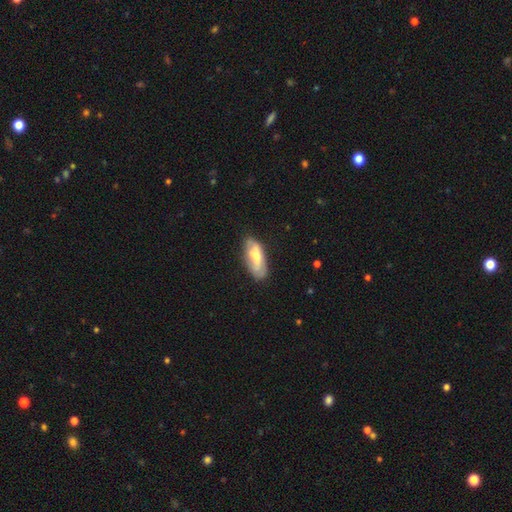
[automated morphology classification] This is possibly a smooth galaxy (57%). How rounded: likely in between (77%). Merging: likely none (66%).